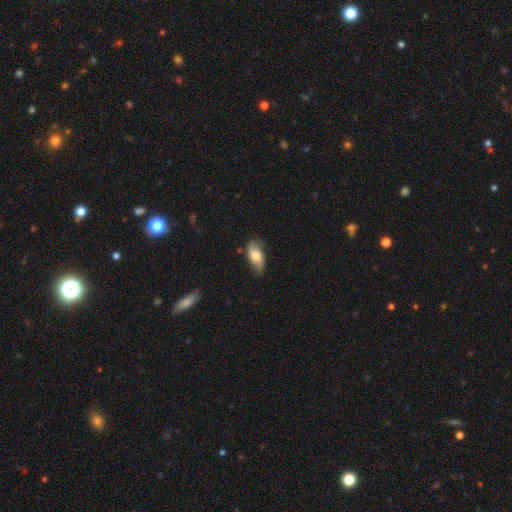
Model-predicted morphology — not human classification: Q: Smooth or featured?
A: smooth (55%); runner-up: featured or disk (38%)
Q: How rounded?
A: in between (87%); runner-up: cigar-shaped (9%)
Q: Merging?
A: none (66%); runner-up: minor disturbance (26%)